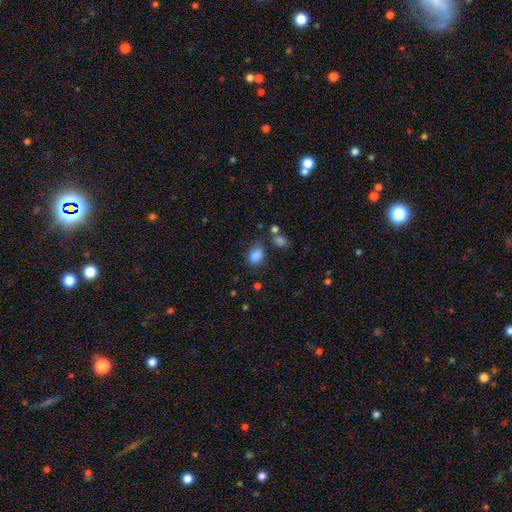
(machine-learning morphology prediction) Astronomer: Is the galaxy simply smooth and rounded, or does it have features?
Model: smooth — 83%.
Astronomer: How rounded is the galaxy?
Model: in between — 74%.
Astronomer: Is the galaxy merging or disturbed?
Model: none — 61%.